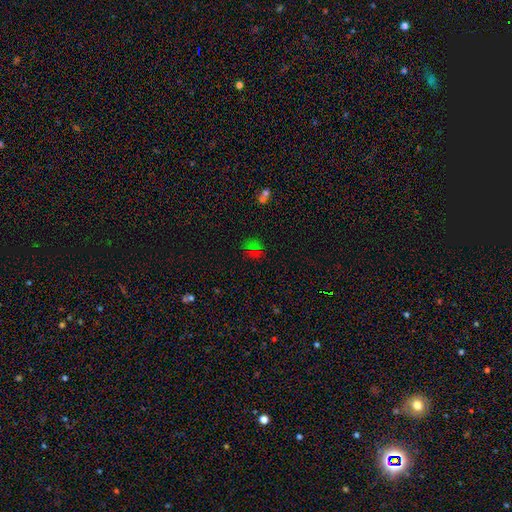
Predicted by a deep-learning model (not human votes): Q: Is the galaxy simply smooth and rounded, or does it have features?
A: smooth — 58%.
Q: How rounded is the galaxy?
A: round — 76%.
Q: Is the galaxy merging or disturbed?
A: none — 78%.